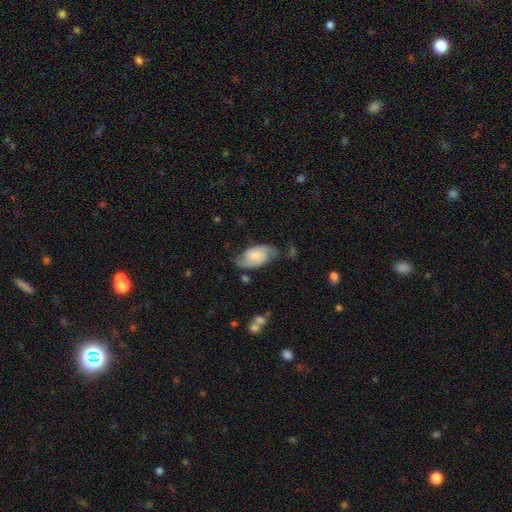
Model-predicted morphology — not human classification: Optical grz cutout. It shows a featured or disk galaxy (61%) with no bar (68%), 2 (86%) medium (44%) spiral arms (90%) and a small central bulge (42%). Merging: none (62%).